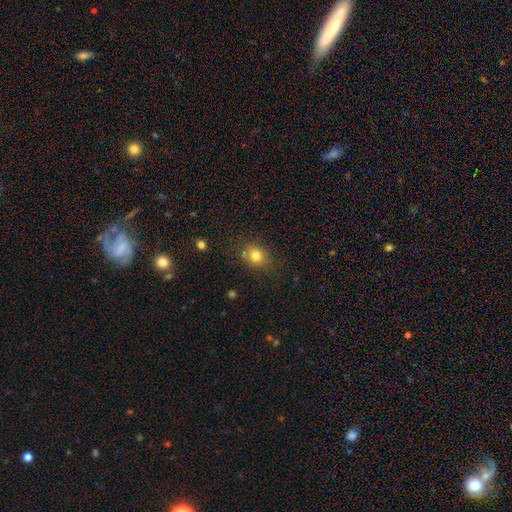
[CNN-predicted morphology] A smooth galaxy with no disk features (78%) that is round (70%).

Vote fractions:
- Smooth or featured? smooth: 78% / star or artifact: 13% / featured or disk: 9%
- How rounded? round: 70% / in between: 29% / cigar-shaped: 1%
- Merging? none: 74% / minor disturbance: 16% / merger: 6% / major disturbance: 5%